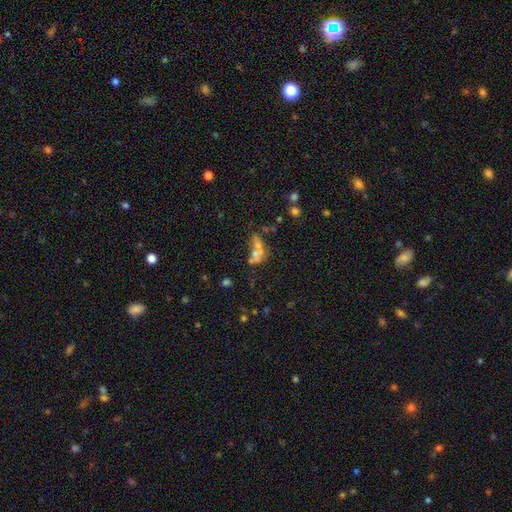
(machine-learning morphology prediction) type=smooth (38%); merging=merger (37%).